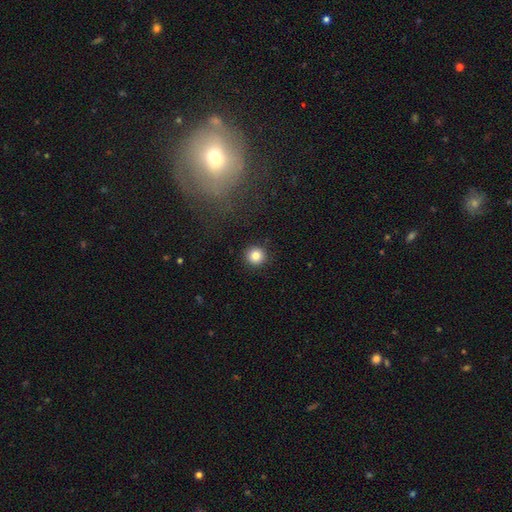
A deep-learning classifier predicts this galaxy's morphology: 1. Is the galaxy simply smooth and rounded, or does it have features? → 82% smooth, 11% star or artifact, 6% featured or disk.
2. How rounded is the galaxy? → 95% round, 4% in between, 1% cigar-shaped.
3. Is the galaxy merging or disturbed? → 92% none, 5% minor disturbance, 2% major disturbance, 1% merger.